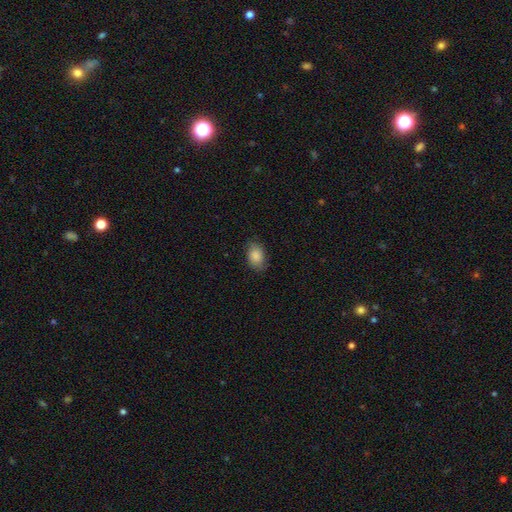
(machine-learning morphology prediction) Q: Smooth or featured?
A: smooth (85%); runner-up: featured or disk (8%)
Q: How rounded?
A: in between (81%); runner-up: round (17%)
Q: Merging?
A: none (77%); runner-up: minor disturbance (18%)